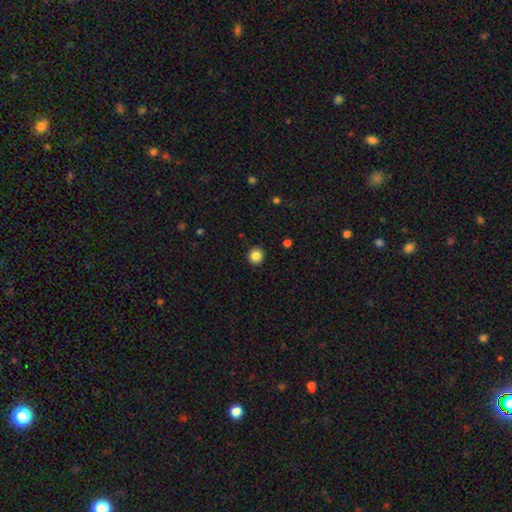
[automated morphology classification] Smooth or featured? smooth (84%)
How rounded? round (93%)
Merging? none (92%)